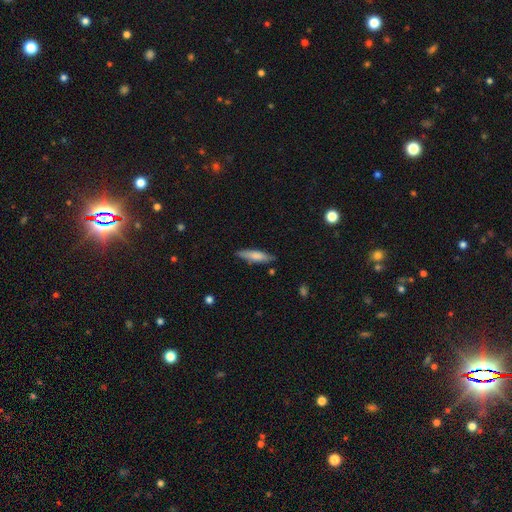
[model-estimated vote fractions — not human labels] Smooth or featured?
  - smooth: 72% *
  - featured or disk: 22%
  - star or artifact: 6%
How rounded?
  - cigar-shaped: 75% *
  - in between: 24%
  - round: 2%
Merging?
  - none: 82% *
  - minor disturbance: 14%
  - major disturbance: 2%
  - merger: 2%